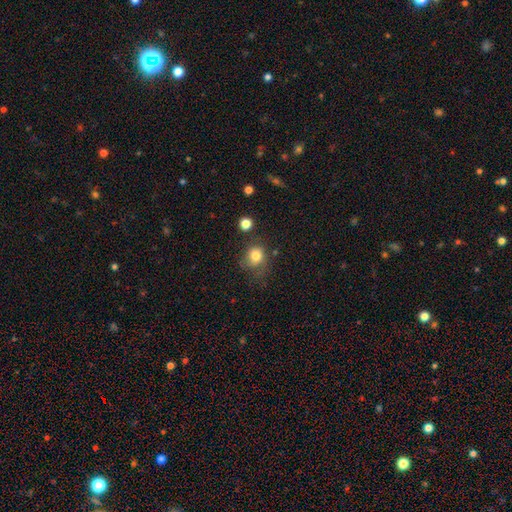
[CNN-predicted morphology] This appears to be a smooth galaxy with no disk features (79%) that is round (71%). Merging: none (53%).